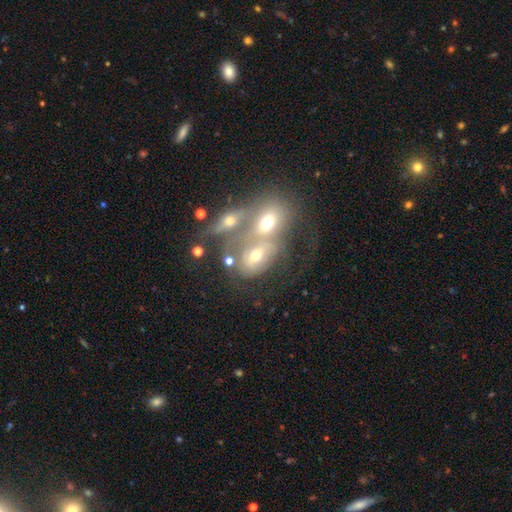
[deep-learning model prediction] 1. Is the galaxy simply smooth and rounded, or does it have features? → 44% smooth, 40% featured or disk, 16% star or artifact.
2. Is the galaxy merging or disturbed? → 64% merger, 19% none, 9% major disturbance, 8% minor disturbance.